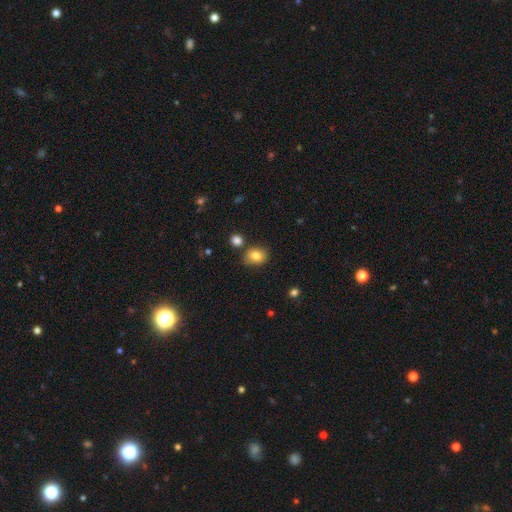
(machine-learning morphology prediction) Smooth or featured? Predicted: smooth (p=0.81). How rounded? Predicted: round (p=0.51). Merging? Predicted: none (p=0.76).